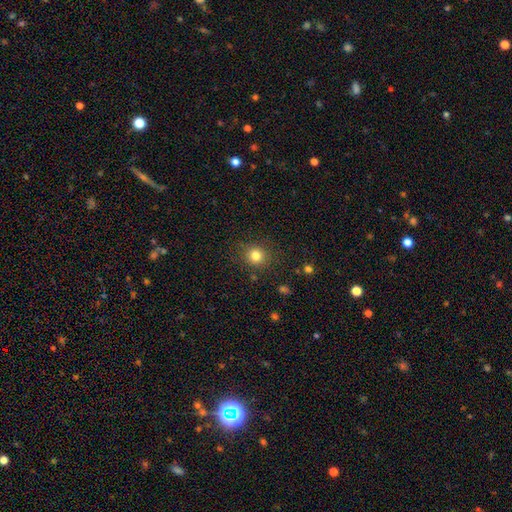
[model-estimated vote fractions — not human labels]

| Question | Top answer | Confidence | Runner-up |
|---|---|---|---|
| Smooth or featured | smooth | 81% | star or artifact (13%) |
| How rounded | round | 87% | in between (12%) |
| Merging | none | 86% | minor disturbance (9%) |